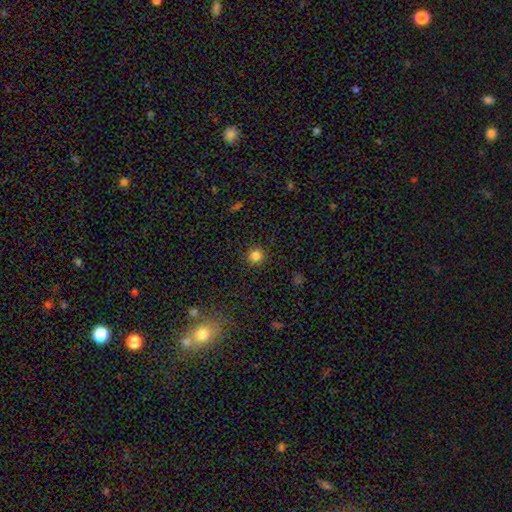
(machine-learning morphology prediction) Smooth or featured: smooth — 82% (star or artifact — 13%)
How rounded: round — 94% (in between — 5%)
Merging: none — 91% (minor disturbance — 6%)